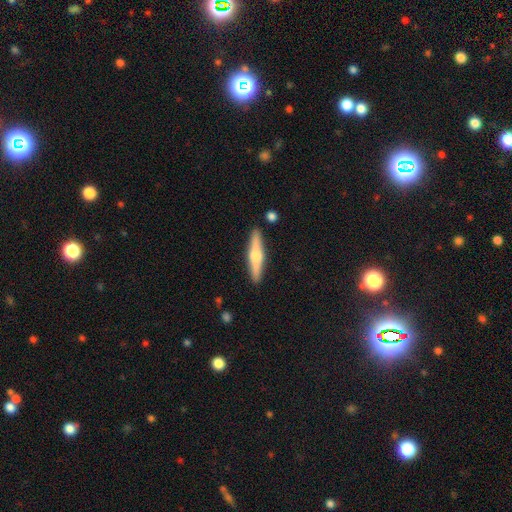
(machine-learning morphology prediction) Smooth or featured? featured or disk (54%)
Edge-on disk? yes (96%)
Edge-on bulge? rounded (90%)
Merging? none (89%)